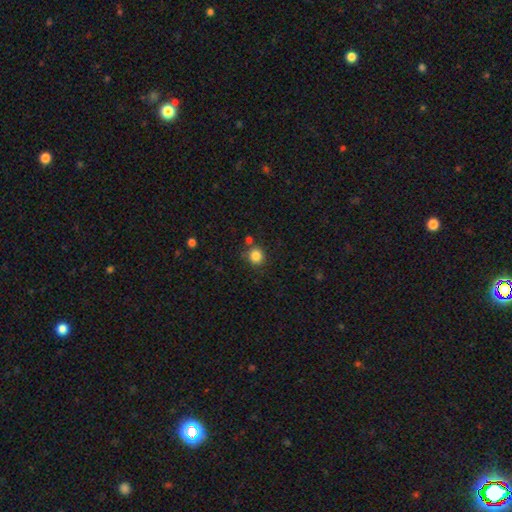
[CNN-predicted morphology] smooth 84%, star or artifact 11%, featured or disk 5%. Down the decision tree: how rounded — round (88%); merging — none (79%).